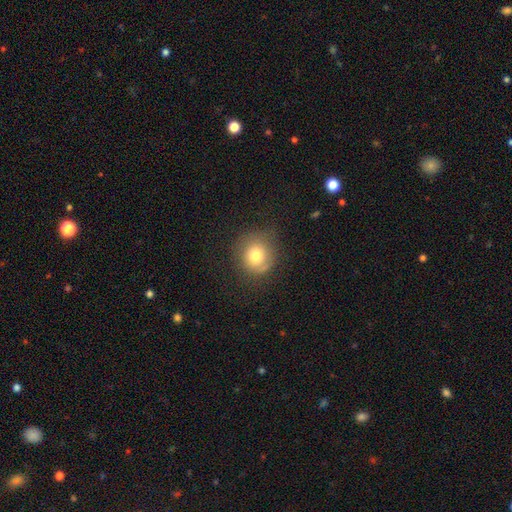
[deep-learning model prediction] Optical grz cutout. It shows a smooth galaxy with no disk features (74%) that is round (88%). Merging: none (72%).